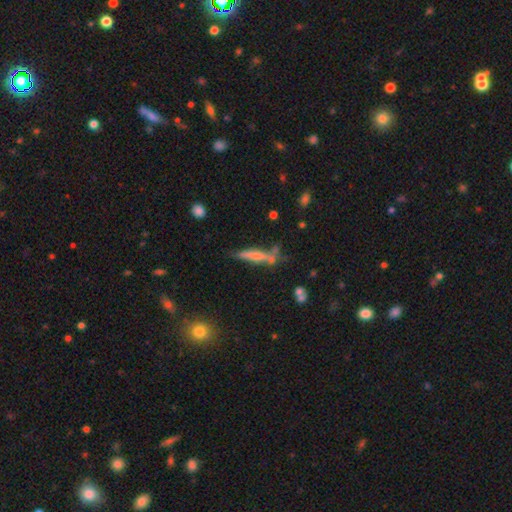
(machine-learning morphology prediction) Smooth or featured? smooth (47%)
Merging? none (64%)